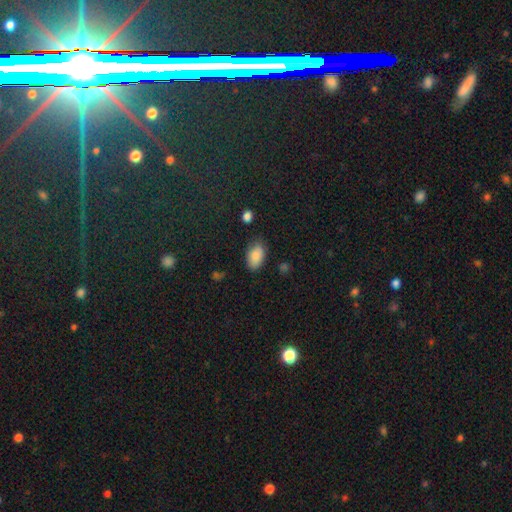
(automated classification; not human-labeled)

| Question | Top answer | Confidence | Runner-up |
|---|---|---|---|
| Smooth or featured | smooth | 86% | star or artifact (7%) |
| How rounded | in between | 93% | round (6%) |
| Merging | none | 72% | minor disturbance (21%) |